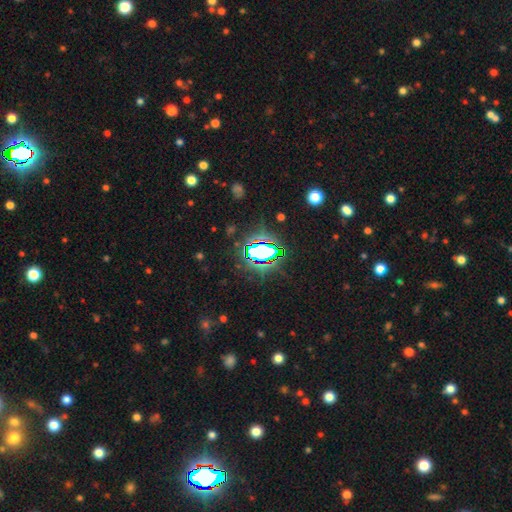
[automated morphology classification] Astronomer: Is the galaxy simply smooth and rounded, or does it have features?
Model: star or artifact — 77%.